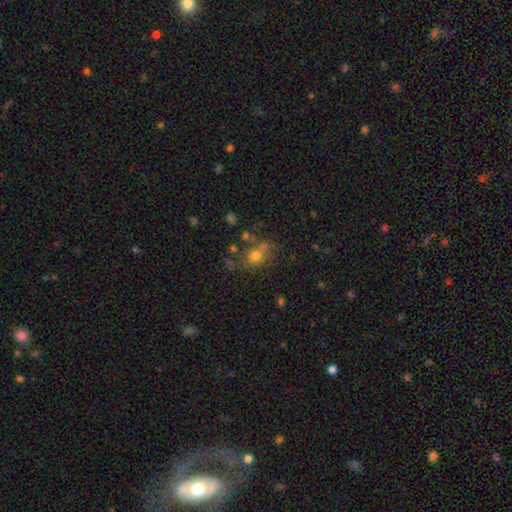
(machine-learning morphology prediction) smooth 68%, star or artifact 17%, featured or disk 15%. Down the decision tree: how rounded — round (61%); merging — none (62%).